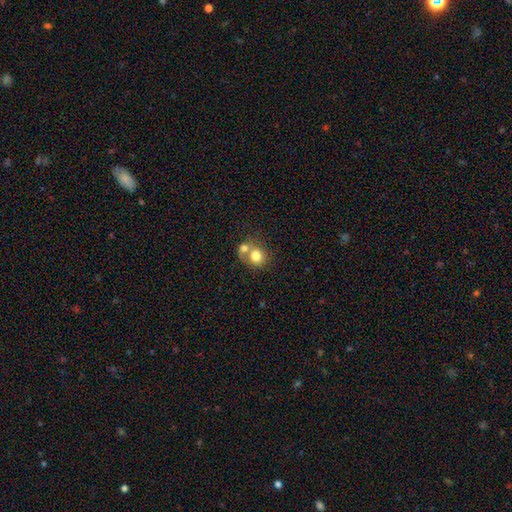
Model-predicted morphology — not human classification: type=smooth (76%); roundness=round (75%); merging=merger (56%).